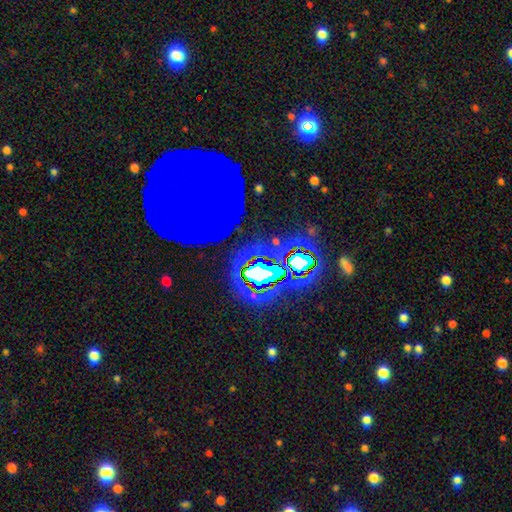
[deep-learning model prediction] A star or artifact, not a galaxy (49%).